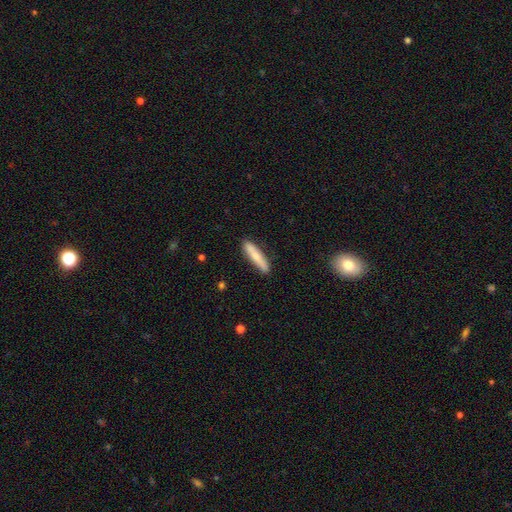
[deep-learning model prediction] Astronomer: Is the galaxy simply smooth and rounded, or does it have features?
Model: smooth — 70%.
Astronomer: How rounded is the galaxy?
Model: cigar-shaped — 86%.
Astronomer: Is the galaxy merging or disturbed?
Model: none — 88%.